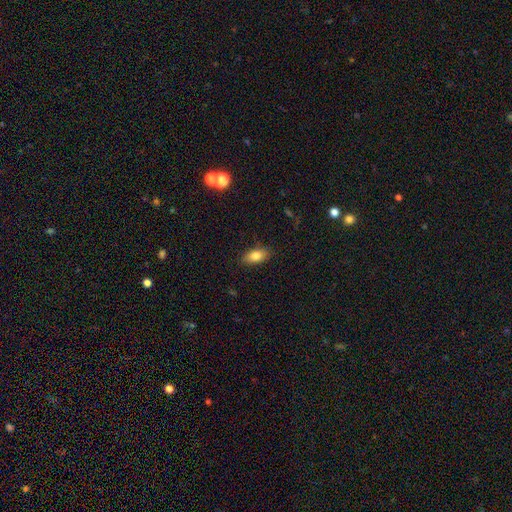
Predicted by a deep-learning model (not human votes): Smooth or featured? smooth (82%)
How rounded? in between (88%)
Merging? none (86%)